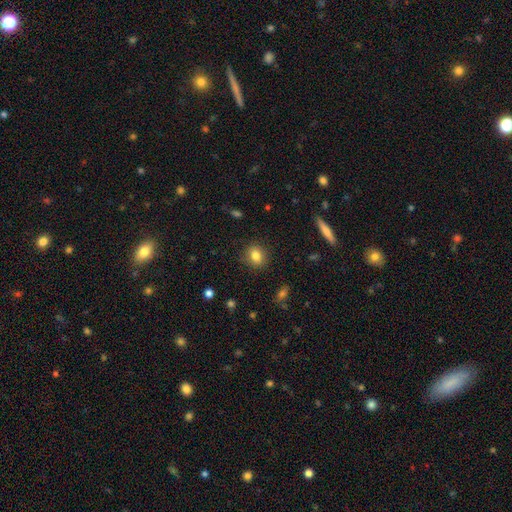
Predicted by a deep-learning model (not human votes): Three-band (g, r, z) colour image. It shows a smooth galaxy with no disk features (82%) that is round (65%). Merging: none (88%).